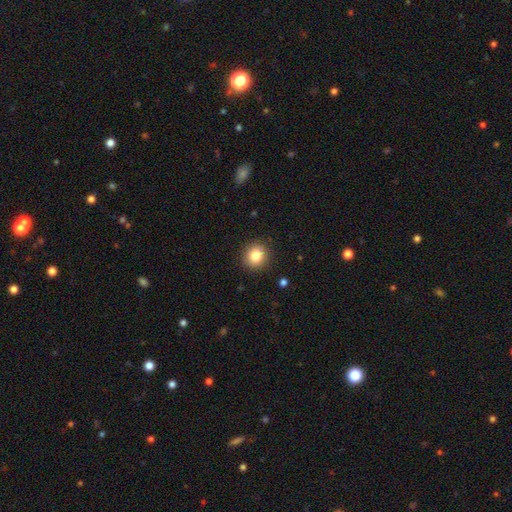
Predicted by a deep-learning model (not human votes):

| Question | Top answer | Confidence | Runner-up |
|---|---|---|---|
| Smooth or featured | smooth | 83% | star or artifact (10%) |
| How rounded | round | 86% | in between (13%) |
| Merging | none | 91% | minor disturbance (6%) |